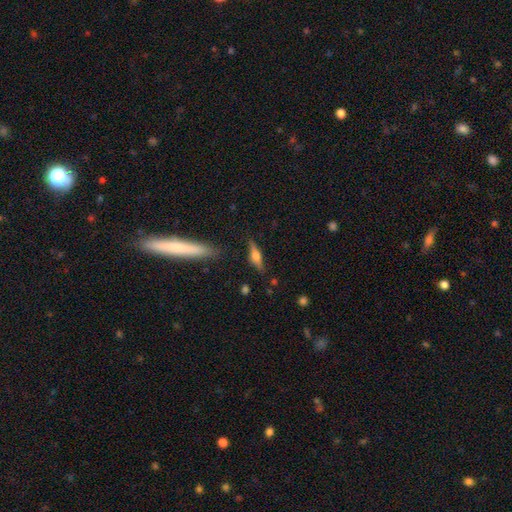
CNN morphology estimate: Smooth or featured: featured or disk — 51% (smooth — 41%)
Edge-on disk: yes — 92% (no — 8%)
Merging: none — 80% (minor disturbance — 14%)